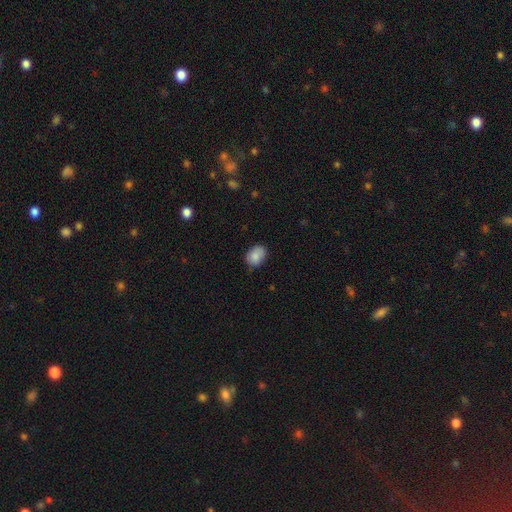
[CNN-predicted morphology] A smooth galaxy with no disk features (85%) that is in between round and cigar-shaped (72%). Merging: none (74%).